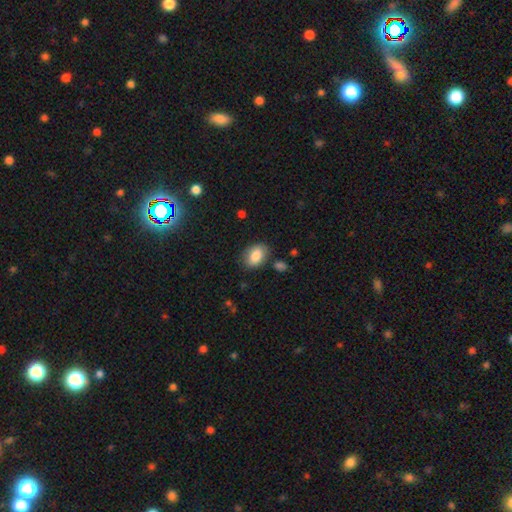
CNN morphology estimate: This is clearly a smooth galaxy (84%). How rounded: clearly in between (85%). Merging: likely none (78%).